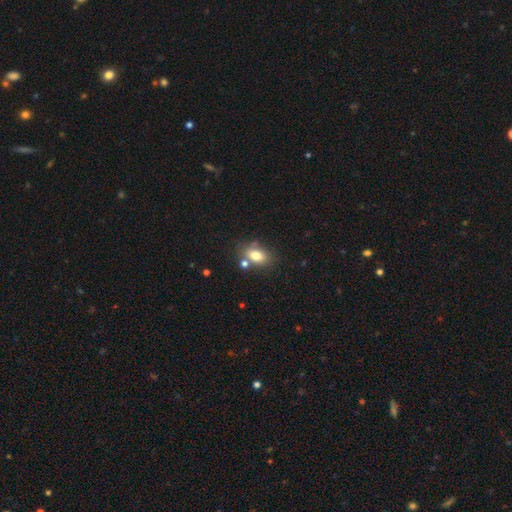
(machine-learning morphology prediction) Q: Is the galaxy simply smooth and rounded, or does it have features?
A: smooth — 78%.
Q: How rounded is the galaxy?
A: in between — 78%.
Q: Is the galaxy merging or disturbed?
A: none — 65%.